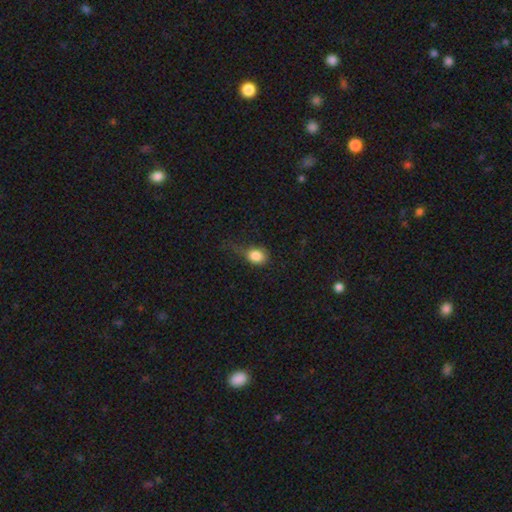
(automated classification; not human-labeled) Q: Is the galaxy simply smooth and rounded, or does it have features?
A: smooth — 83%.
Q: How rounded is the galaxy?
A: round — 56%.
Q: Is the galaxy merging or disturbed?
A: none — 38%.